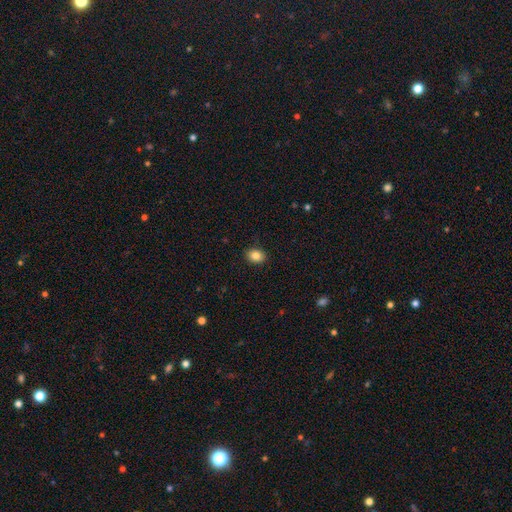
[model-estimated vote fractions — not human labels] Q: Smooth or featured?
A: smooth (85%); runner-up: star or artifact (9%)
Q: How rounded?
A: in between (65%); runner-up: round (34%)
Q: Merging?
A: none (89%); runner-up: minor disturbance (8%)